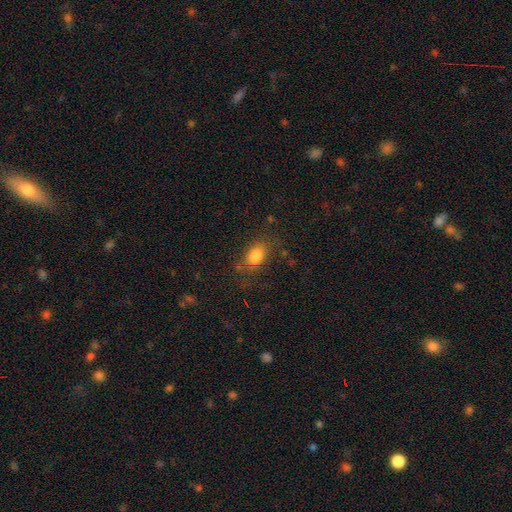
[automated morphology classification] This is clearly a smooth galaxy (81%). How rounded: likely in between (79%). Merging: likely none (71%).